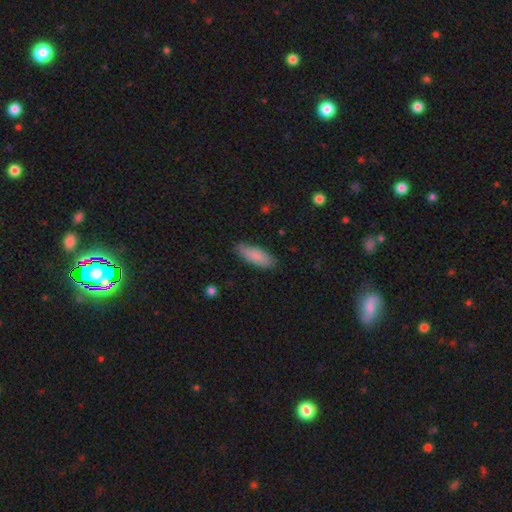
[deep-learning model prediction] A smooth galaxy with no disk features (84%) that is in between round and cigar-shaped (65%). Merging: none (80%).